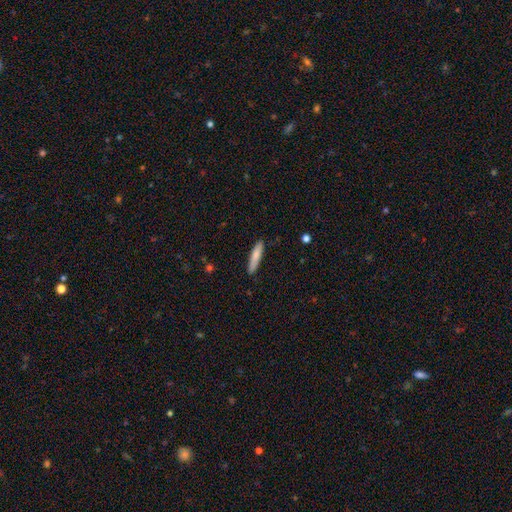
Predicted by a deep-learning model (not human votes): smooth 79%, featured or disk 15%, star or artifact 6%. Down the decision tree: how rounded — cigar-shaped (85%); merging — none (86%).